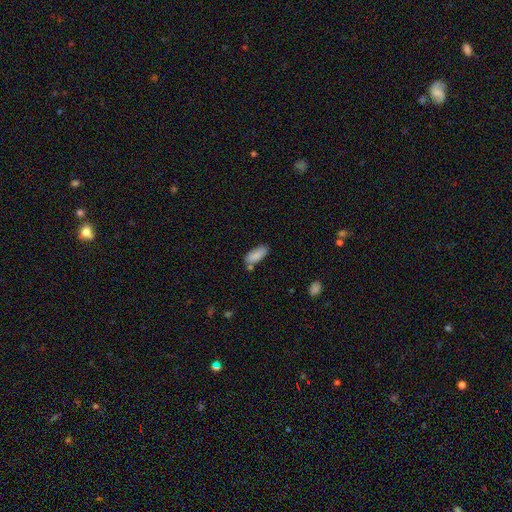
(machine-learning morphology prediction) smooth 86%, featured or disk 7%, star or artifact 7%. Down the decision tree: how rounded — in between (81%); merging — none (69%).